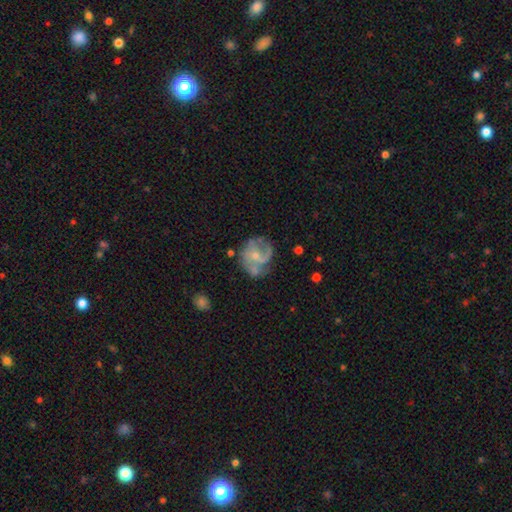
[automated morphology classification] featured or disk 72%, smooth 21%, star or artifact 7%. Down the decision tree: edge-on disk — no (98%); bar — no (66%); spiral arms — yes (83%); spiral arm count — 2 (42%); spiral winding — medium (47%); bulge size — small (64%); merging — none (52%).